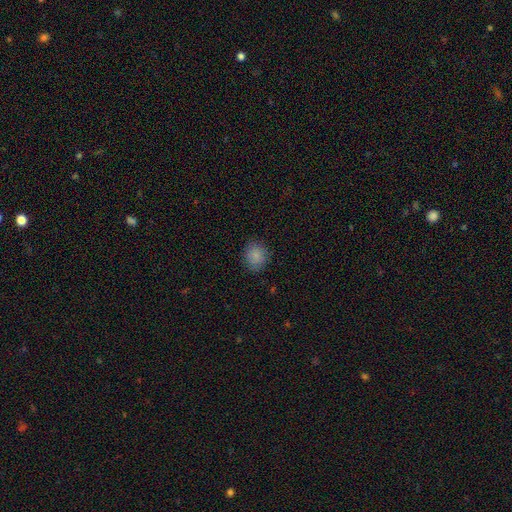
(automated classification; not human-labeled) Morphology: type=smooth (86%); roundness=round (72%); merging=none (85%).